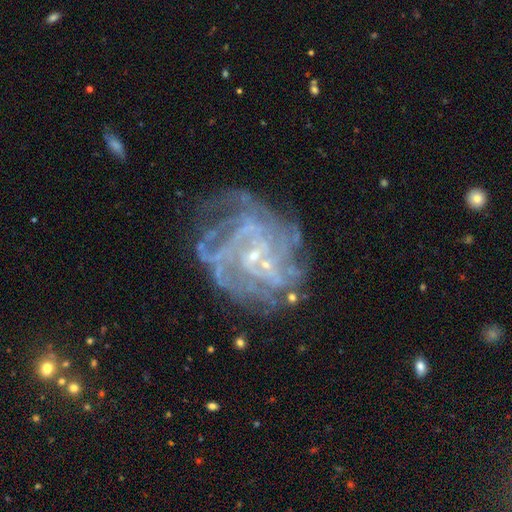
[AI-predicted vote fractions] Smooth or featured? Predicted: featured or disk (p=0.85). Edge-on disk? Predicted: no (p=0.97). Bar? Predicted: no (p=0.56). Spiral arms? Predicted: yes (p=0.89). Spiral winding? Predicted: tight (p=0.60). Spiral arm count? Predicted: can't tell (p=0.35). Bulge size? Predicted: small (p=0.85). Merging? Predicted: none (p=0.56).